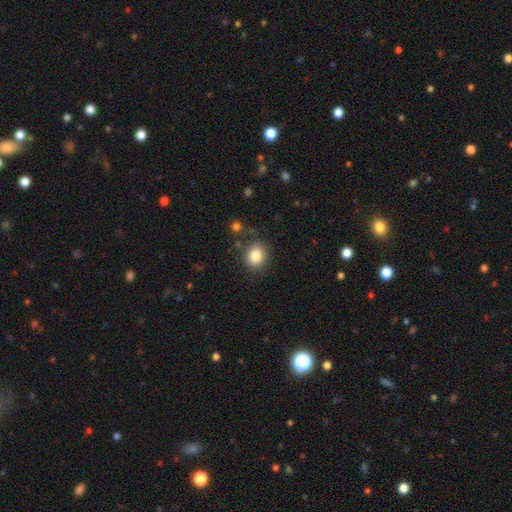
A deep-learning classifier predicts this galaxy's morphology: This appears to be a smooth galaxy with no disk features (83%) that is round (68%). Merging: none (83%).